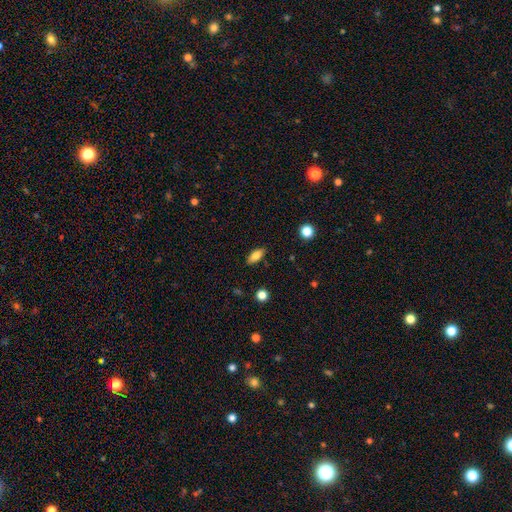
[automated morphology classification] type=smooth (80%); roundness=in between (84%); merging=none (86%).